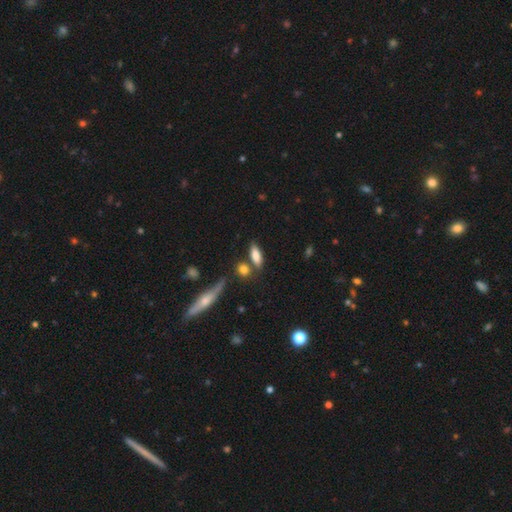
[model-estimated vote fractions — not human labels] This appears to be a smooth galaxy with no disk features (76%) that is in between round and cigar-shaped (65%). Merging: none (64%).